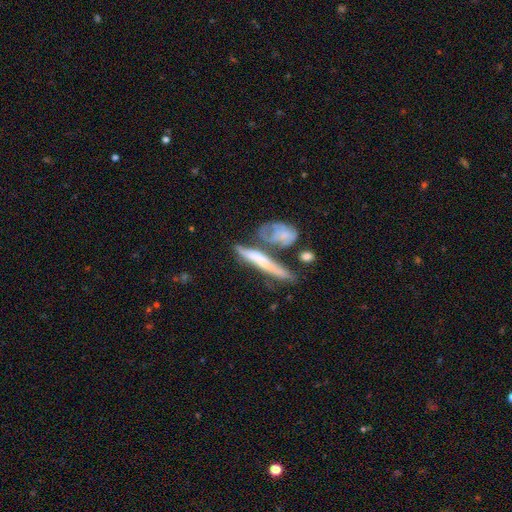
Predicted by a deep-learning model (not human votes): featured or disk 48%, smooth 44%, star or artifact 7%. Down the decision tree: merging — merger (37%).